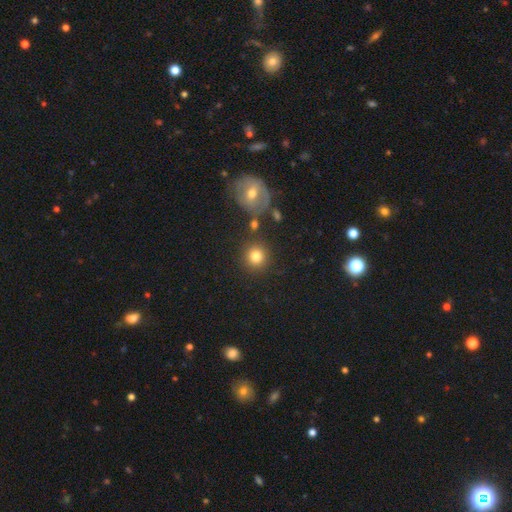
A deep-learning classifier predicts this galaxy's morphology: A smooth galaxy with no disk features (80%) that is round (91%). Merging: none (80%).